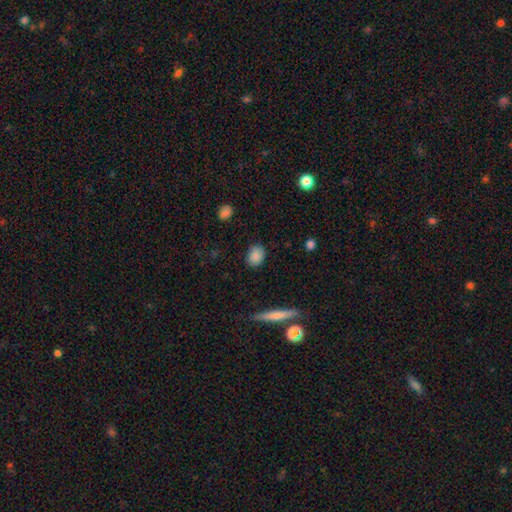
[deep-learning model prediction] Smooth or featured? Predicted: smooth (p=0.85). How rounded? Predicted: in between (p=0.63). Merging? Predicted: none (p=0.84).